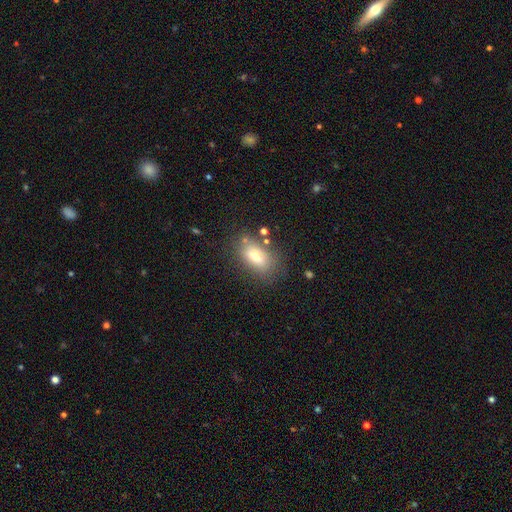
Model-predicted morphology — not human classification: A smooth galaxy with no disk features (70%) that is in between round and cigar-shaped (85%).

Vote fractions:
- Smooth or featured? smooth: 70% / featured or disk: 19% / star or artifact: 11%
- How rounded? in between: 85% / round: 11% / cigar-shaped: 4%
- Merging? none: 73% / minor disturbance: 16% / major disturbance: 6% / merger: 6%